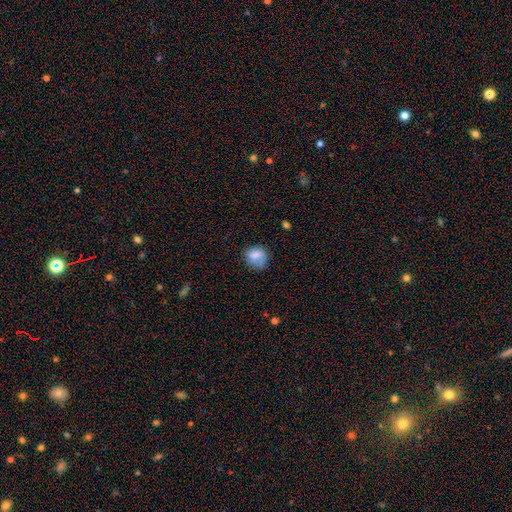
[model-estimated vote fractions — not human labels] Q: Smooth or featured?
A: smooth (79%); runner-up: featured or disk (12%)
Q: How rounded?
A: round (69%); runner-up: in between (30%)
Q: Merging?
A: none (62%); runner-up: minor disturbance (26%)